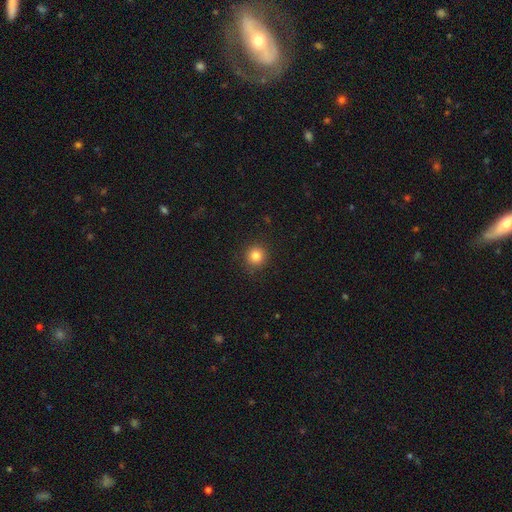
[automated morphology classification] Smooth or featured?
  - smooth: 83% *
  - star or artifact: 12%
  - featured or disk: 5%
How rounded?
  - round: 94% *
  - in between: 5%
  - cigar-shaped: 1%
Merging?
  - none: 91% *
  - minor disturbance: 6%
  - major disturbance: 2%
  - merger: 1%